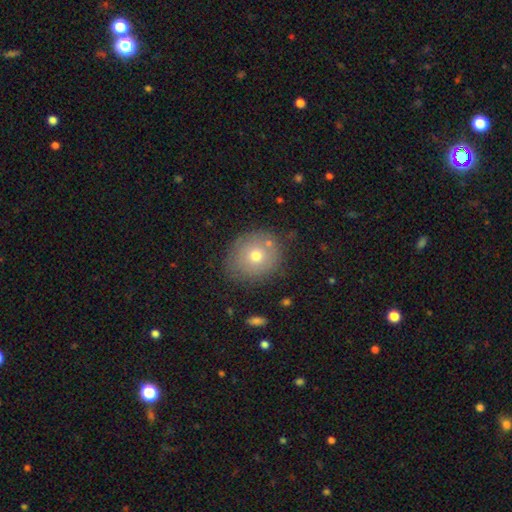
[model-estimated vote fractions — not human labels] smooth 69%, featured or disk 19%, star or artifact 12%. Down the decision tree: how rounded — round (73%); merging — none (81%).